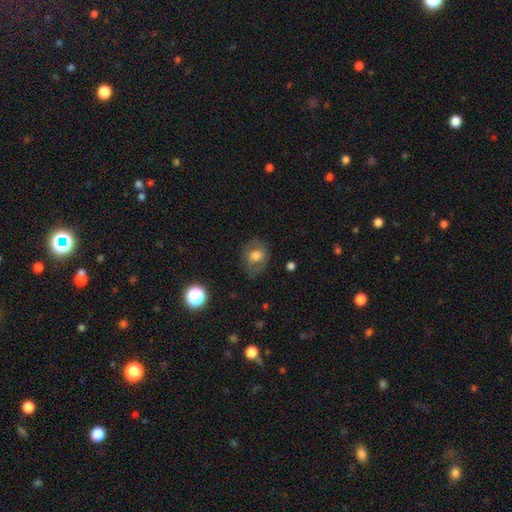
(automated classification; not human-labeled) Morphology: type=smooth (58%); roundness=in between (51%); merging=none (68%).